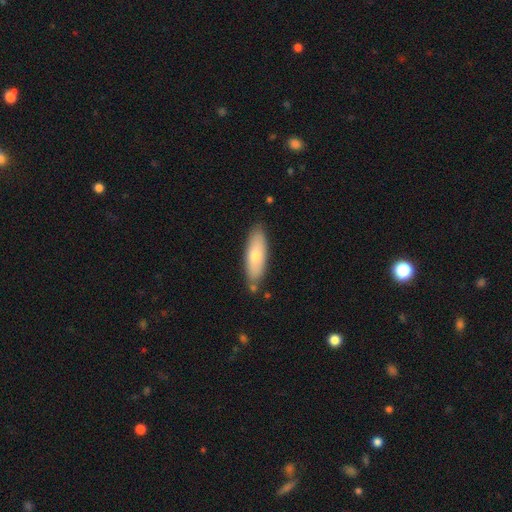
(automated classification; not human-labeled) A smooth galaxy with no disk features (66%) that is in between round and cigar-shaped (56%).

Vote fractions:
- Smooth or featured? smooth: 66% / featured or disk: 28% / star or artifact: 6%
- How rounded? in between: 56% / cigar-shaped: 42% / round: 2%
- Merging? none: 80% / minor disturbance: 13% / merger: 4% / major disturbance: 2%